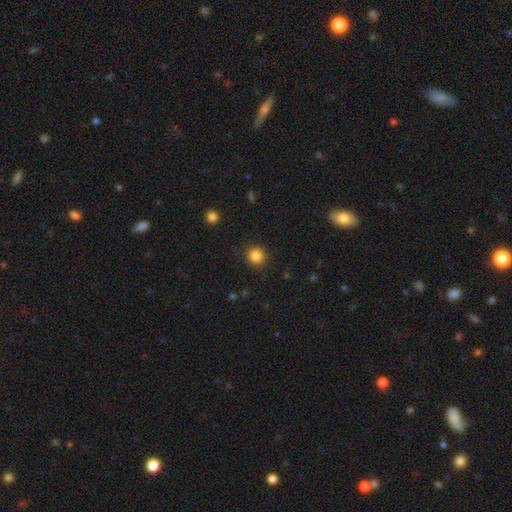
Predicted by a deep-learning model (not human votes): smooth_or_featured: smooth (p=0.86) [alt: star or artifact p=0.11]
how_rounded: round (p=0.93) [alt: in between p=0.07]
merging: none (p=0.90) [alt: minor disturbance p=0.06]